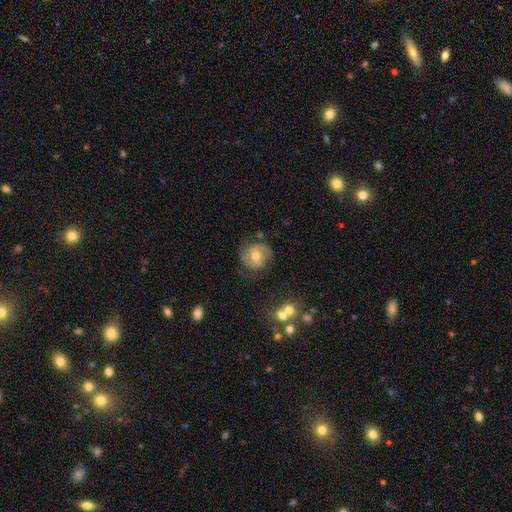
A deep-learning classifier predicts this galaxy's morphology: type=featured or disk (59%); edge-on=no (97%); bar=no (49%); spiral arms=yes (81%); bulge=moderate (69%); merging=none (71%).